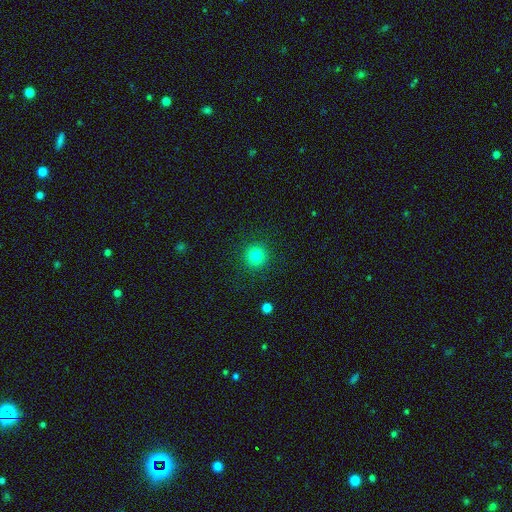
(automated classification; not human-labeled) This appears to be a smooth galaxy with no disk features (83%) that is round (94%). Merging: none (91%).